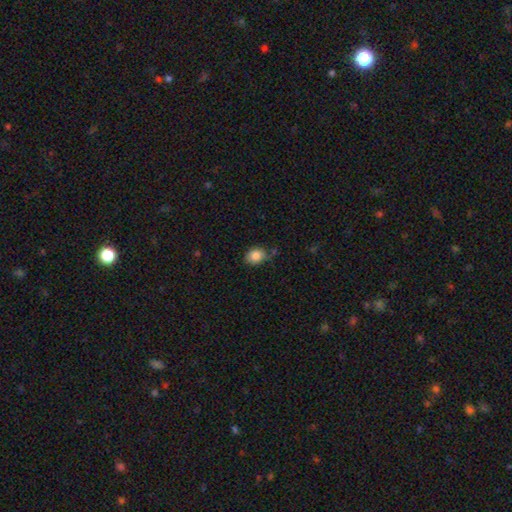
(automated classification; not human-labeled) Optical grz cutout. It shows a smooth galaxy with no disk features (85%) that is in between round and cigar-shaped (50%). Merging: none (62%).